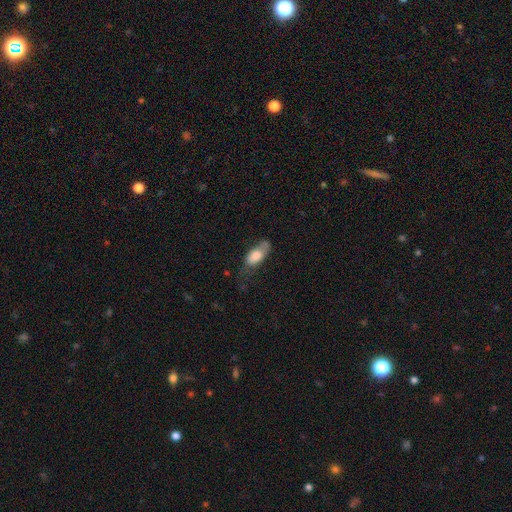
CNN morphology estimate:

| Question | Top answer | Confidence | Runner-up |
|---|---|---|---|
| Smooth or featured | smooth | 73% | featured or disk (20%) |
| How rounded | in between | 85% | cigar-shaped (12%) |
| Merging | none | 43% | minor disturbance (34%) |